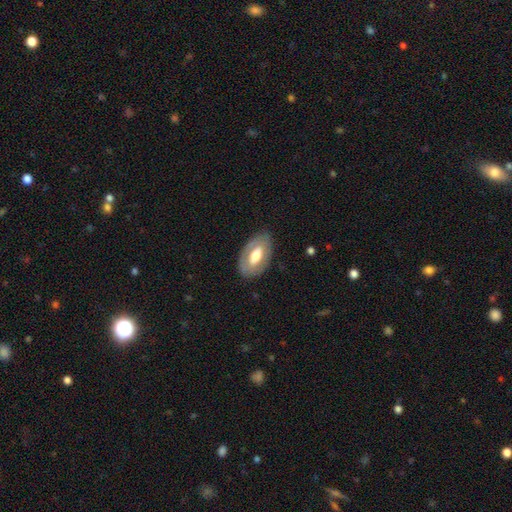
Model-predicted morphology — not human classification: Overall: smooth (48%; featured or disk 47%). Merging: none (80%).